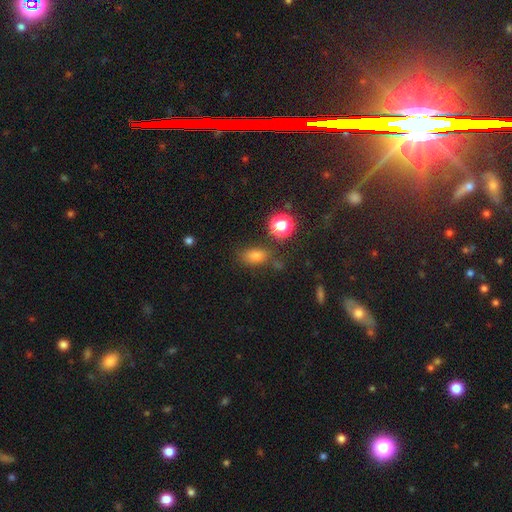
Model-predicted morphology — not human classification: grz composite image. It shows a smooth galaxy with no disk features (74%) that is in between round and cigar-shaped (79%). Merging: none (70%).